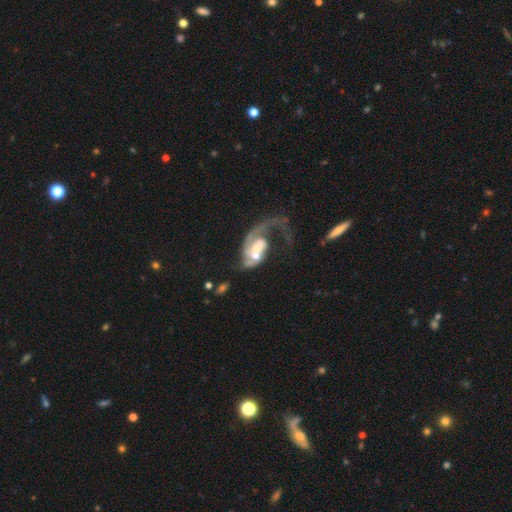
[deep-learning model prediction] Overall: featured or disk (77%). Edge-on disk: no (97%). Bar: no (60%; weak 31%). Spiral arms: yes (84%). Spiral arm count: 1 (63%; 2 25%). Spiral winding: loose (55%; medium 30%). Bulge size: moderate (50%; small 23%). Merging: merger (44%; major disturbance 33%).